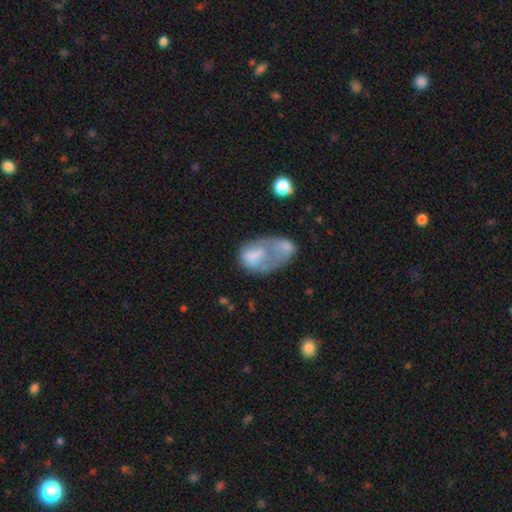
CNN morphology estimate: Smooth or featured? Predicted: smooth (p=0.58). How rounded? Predicted: in between (p=0.84). Merging? Predicted: major disturbance (p=0.36).